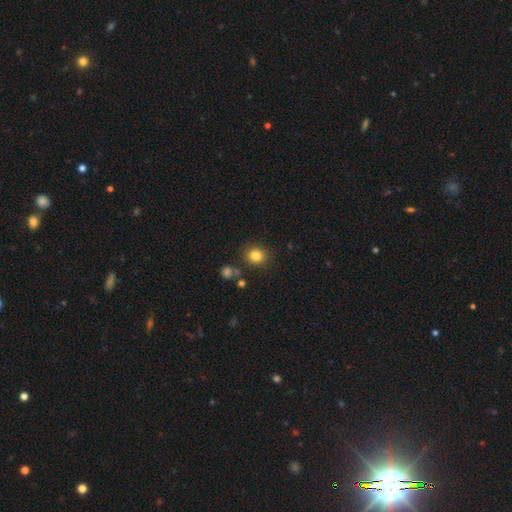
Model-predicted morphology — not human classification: Smooth or featured?
  - smooth: 83% *
  - star or artifact: 11%
  - featured or disk: 6%
How rounded?
  - round: 81% *
  - in between: 18%
  - cigar-shaped: 1%
Merging?
  - none: 85% *
  - minor disturbance: 9%
  - merger: 4%
  - major disturbance: 3%